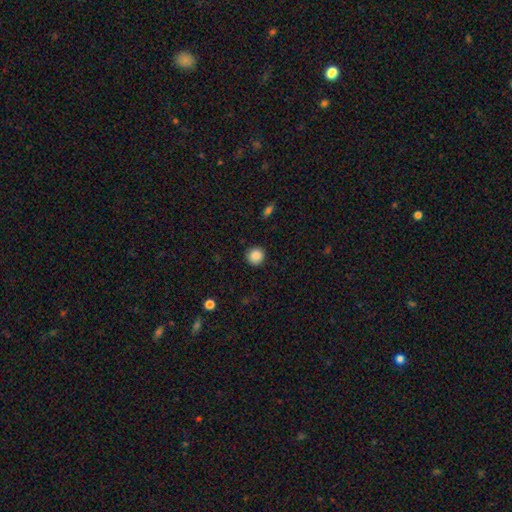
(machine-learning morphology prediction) type=smooth (88%); roundness=round (94%); merging=none (91%).